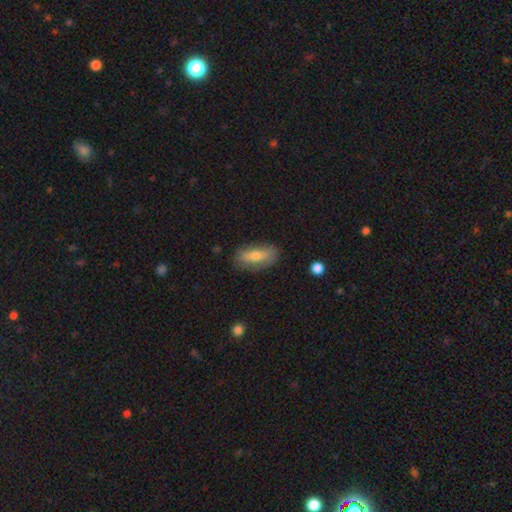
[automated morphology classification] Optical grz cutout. It shows a smooth galaxy with no disk features (61%) that is in between round and cigar-shaped (70%). Merging: none (82%).